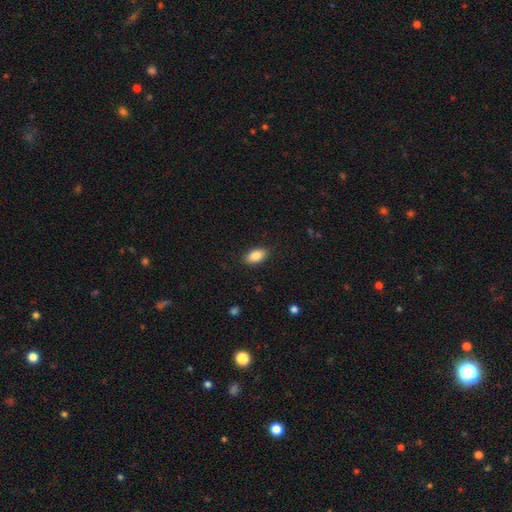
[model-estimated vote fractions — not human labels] smooth_or_featured: smooth (p=0.87) [alt: star or artifact p=0.07]
how_rounded: in between (p=0.92) [alt: round p=0.05]
merging: none (p=0.87) [alt: minor disturbance p=0.09]